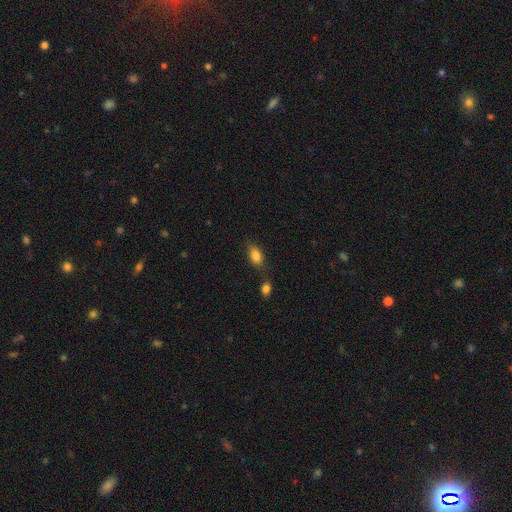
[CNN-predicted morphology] Smooth or featured?
  - smooth: 83% *
  - star or artifact: 9%
  - featured or disk: 8%
How rounded?
  - in between: 86% *
  - round: 10%
  - cigar-shaped: 4%
Merging?
  - none: 67% *
  - minor disturbance: 17%
  - merger: 11%
  - major disturbance: 5%